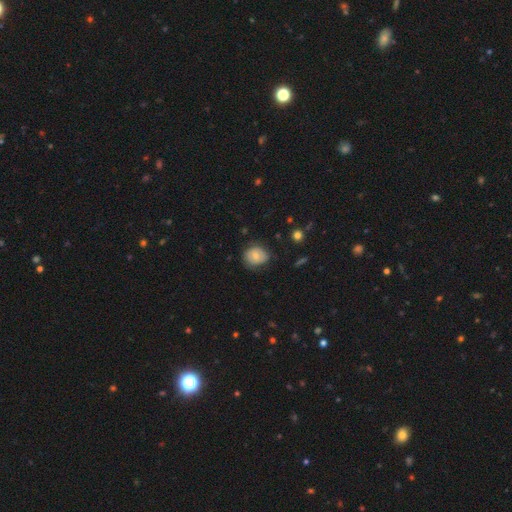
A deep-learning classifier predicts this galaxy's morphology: This appears to be a smooth galaxy with no disk features (64%) that is round (65%). Merging: none (67%).